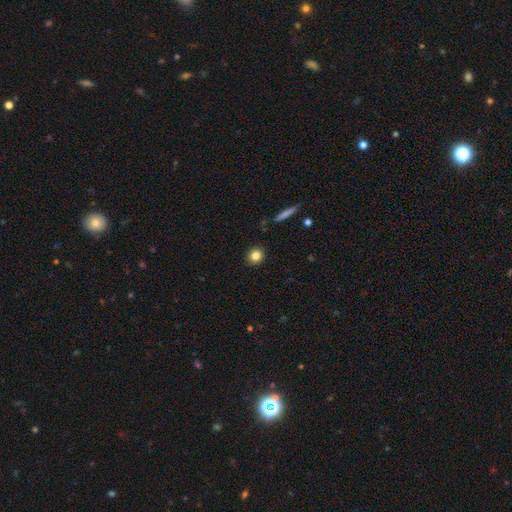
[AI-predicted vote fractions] This appears to be a smooth galaxy with no disk features (82%) that is round (85%). Merging: none (90%).